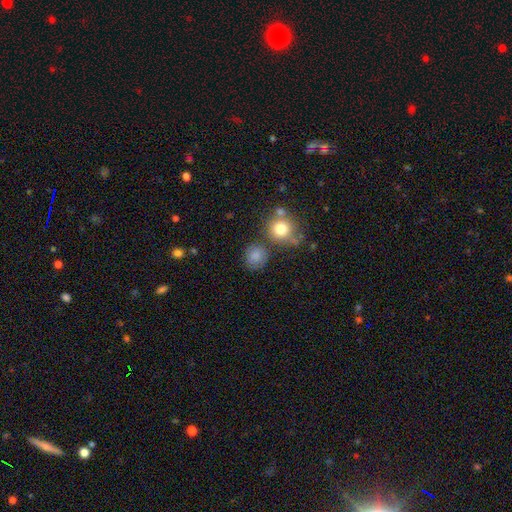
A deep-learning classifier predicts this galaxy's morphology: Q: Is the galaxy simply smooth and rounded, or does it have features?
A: smooth — 81%.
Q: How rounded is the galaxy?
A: round — 83%.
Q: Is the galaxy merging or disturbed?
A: none — 68%.